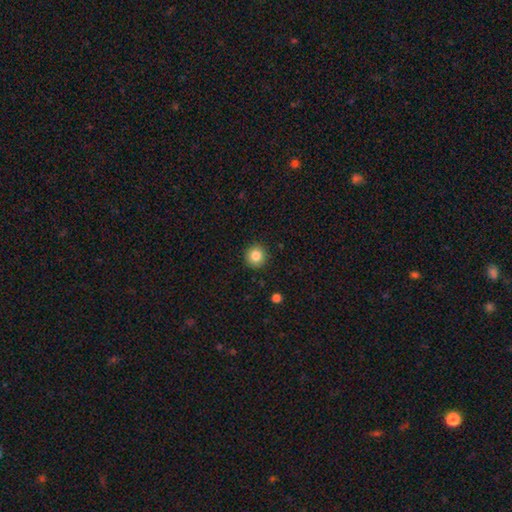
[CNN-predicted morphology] Smooth or featured: smooth — 83% (star or artifact — 10%)
How rounded: round — 94% (in between — 5%)
Merging: none — 92% (minor disturbance — 5%)